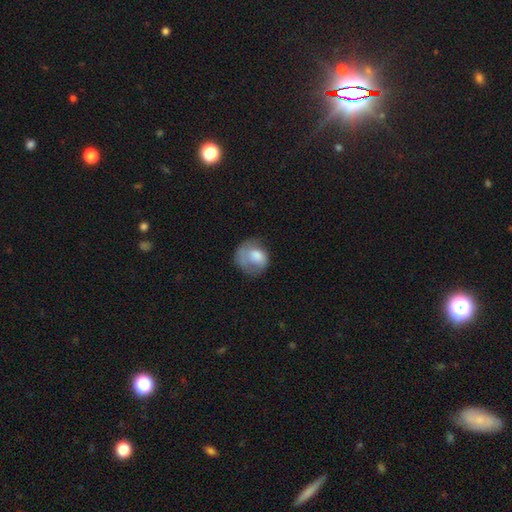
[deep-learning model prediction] Q: Smooth or featured?
A: smooth (65%); runner-up: featured or disk (27%)
Q: How rounded?
A: round (62%); runner-up: in between (37%)
Q: Merging?
A: none (35%); runner-up: major disturbance (34%)